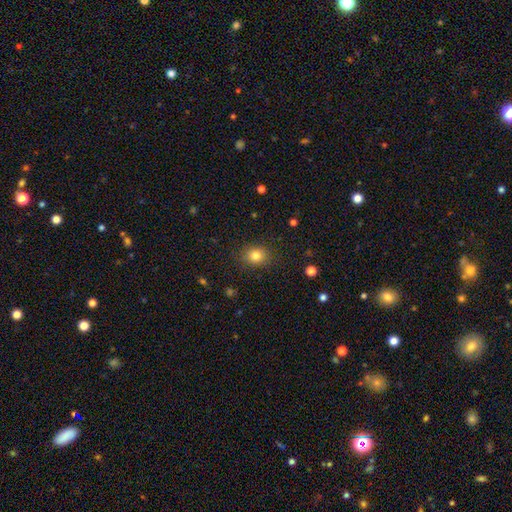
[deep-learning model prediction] Morphology: type=smooth (82%); roundness=round (60%); merging=none (87%).